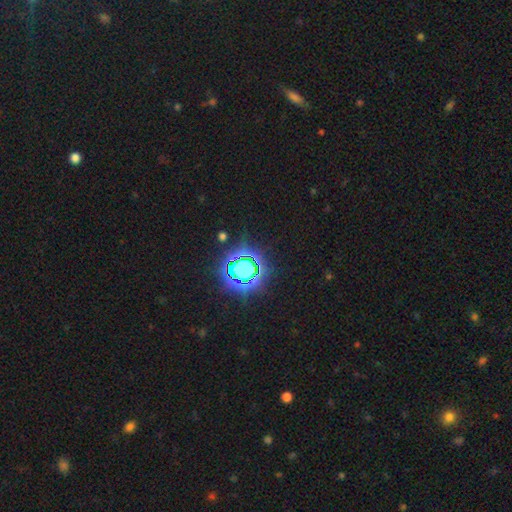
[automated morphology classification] The model was most divided on "smooth or featured": star or artifact: 77%, smooth: 16%, featured or disk: 7%.